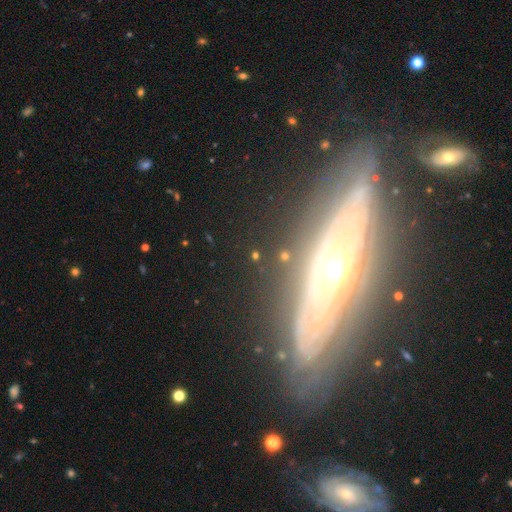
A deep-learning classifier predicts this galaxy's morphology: smooth-or-featured: featured or disk: 63% | star or artifact: 19% | smooth: 18%
  disk-edge-on: no: 59% | yes: 41%
  merging: none: 83% | minor disturbance: 10% | major disturbance: 5% | merger: 3%